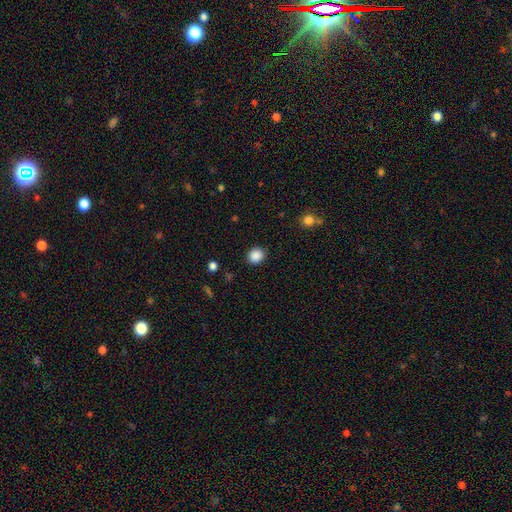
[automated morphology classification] A smooth galaxy with no disk features (88%) that is round (79%).

Vote fractions:
- Smooth or featured? smooth: 88% / star or artifact: 10% / featured or disk: 3%
- How rounded? round: 79% / in between: 20% / cigar-shaped: 1%
- Merging? none: 89% / minor disturbance: 7% / major disturbance: 2% / merger: 1%